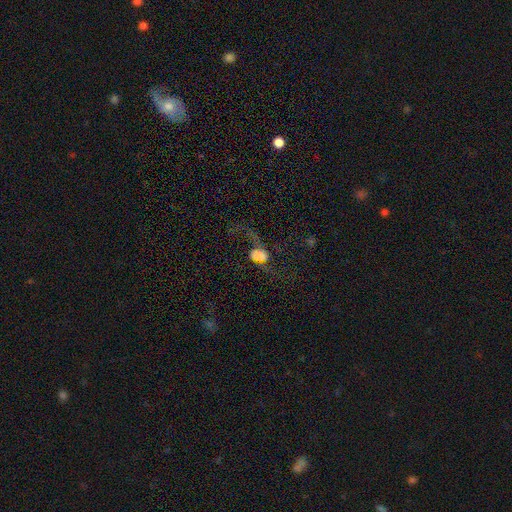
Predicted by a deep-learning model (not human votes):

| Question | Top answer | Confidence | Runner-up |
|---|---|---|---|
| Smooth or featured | featured or disk | 62% | smooth (25%) |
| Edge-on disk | no | 93% | yes (7%) |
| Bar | no | 53% | weak (32%) |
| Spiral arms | yes | 84% | no (16%) |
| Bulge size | large | 31% | moderate (19%) |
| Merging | none | 49% | major disturbance (32%) |